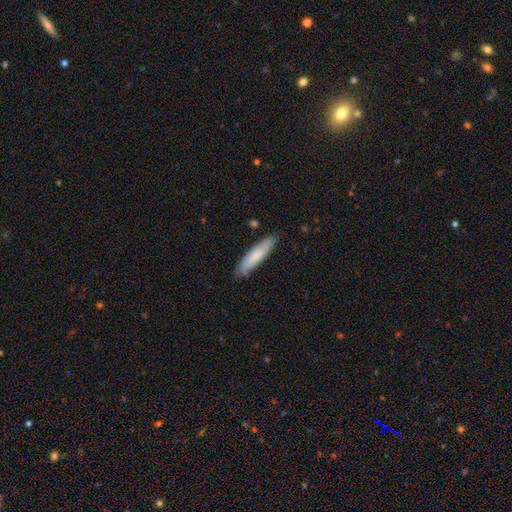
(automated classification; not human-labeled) The model was most divided on "smooth or featured": smooth: 74%, featured or disk: 21%, star or artifact: 6%. More confident: merging — none (85%); how rounded — cigar-shaped (80%).